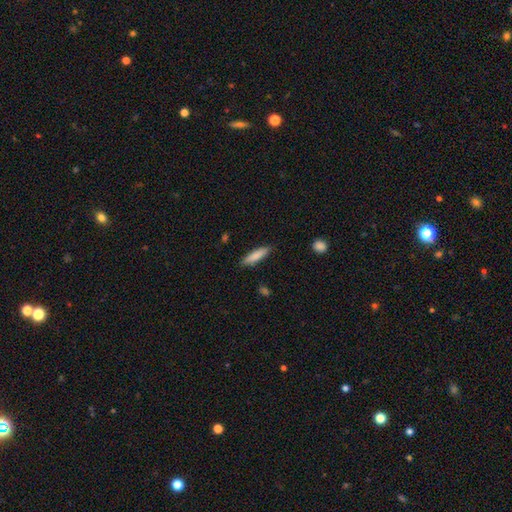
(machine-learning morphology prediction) Overall: smooth (84%). How rounded: cigar-shaped (73%). Merging: none (87%).